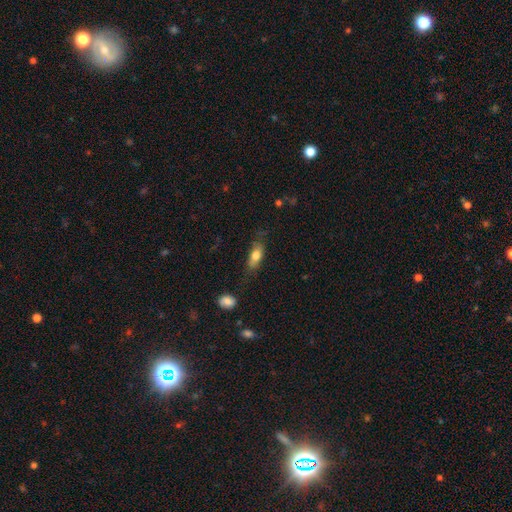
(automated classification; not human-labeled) Smooth or featured? Predicted: smooth (p=0.74). How rounded? Predicted: in between (p=0.72). Merging? Predicted: none (p=0.66).